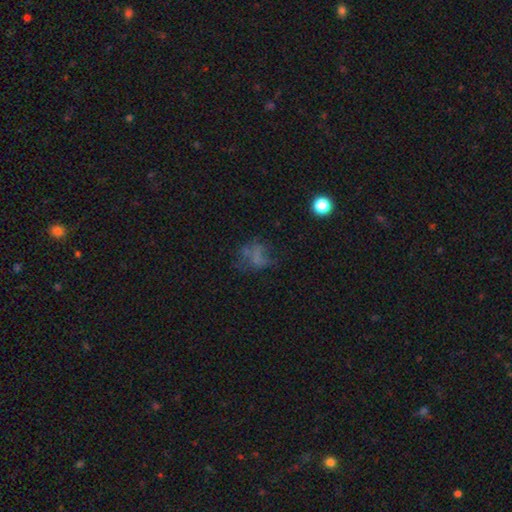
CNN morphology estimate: A smooth galaxy with no disk features (44%). Merging: none (44%).